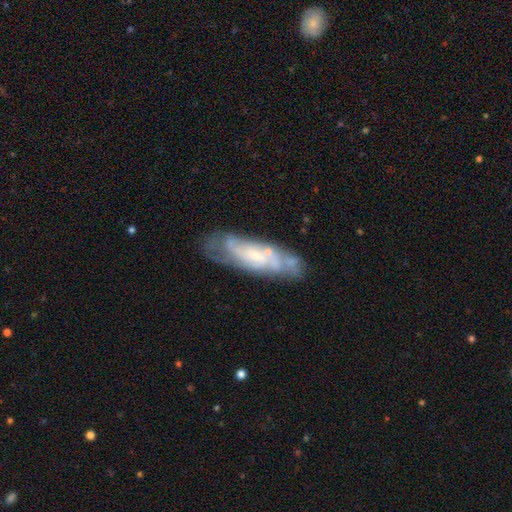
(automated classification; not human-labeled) This appears to be a featured or disk galaxy (72%) with no bar (50%), spiral arms (84%) and a small central bulge (51%). Merging: none (63%).